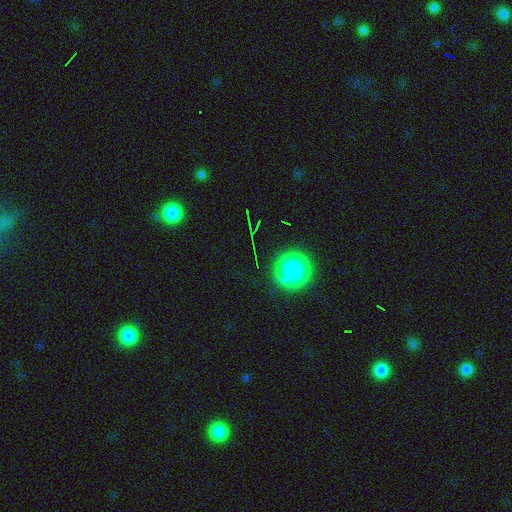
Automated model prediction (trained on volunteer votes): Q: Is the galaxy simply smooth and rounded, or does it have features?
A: star or artifact — 49%.